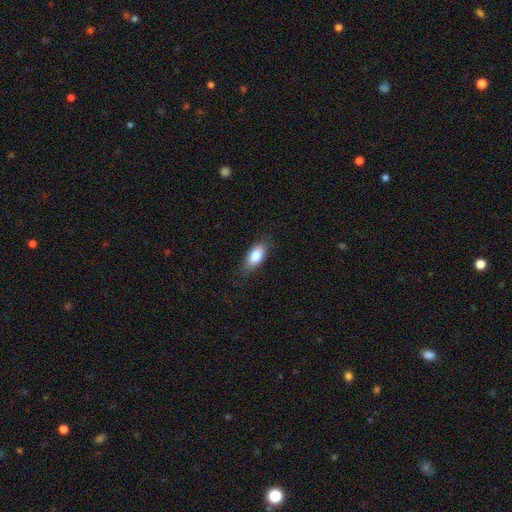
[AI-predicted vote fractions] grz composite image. It shows a smooth galaxy with no disk features (82%) that is in between round and cigar-shaped (87%). Merging: none (82%).